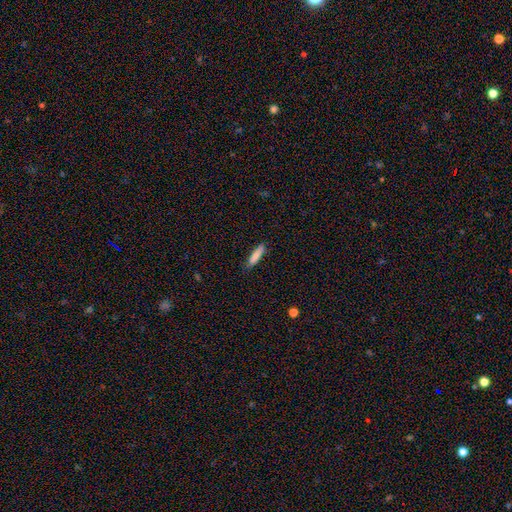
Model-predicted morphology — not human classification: This appears to be a smooth galaxy with no disk features (84%) that is cigar-shaped (81%). Merging: none (83%).